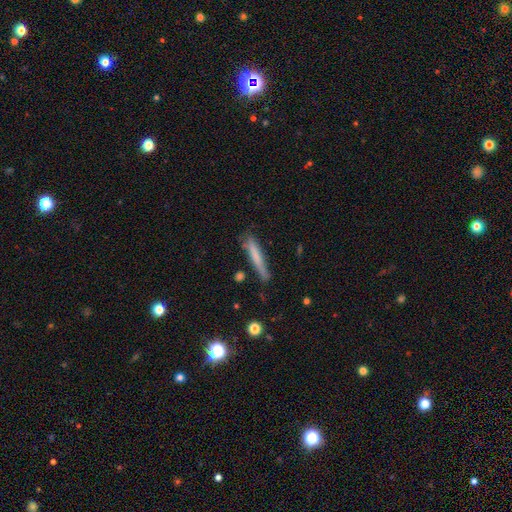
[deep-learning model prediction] This is likely a smooth galaxy (66%). How rounded: clearly cigar-shaped (94%). Merging: likely none (74%).